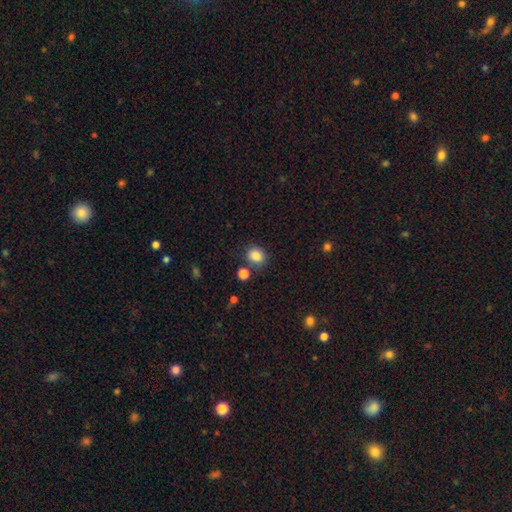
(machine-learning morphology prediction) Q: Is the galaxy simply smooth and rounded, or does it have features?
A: smooth — 85%.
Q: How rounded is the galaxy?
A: round — 68%.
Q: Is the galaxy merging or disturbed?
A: none — 78%.